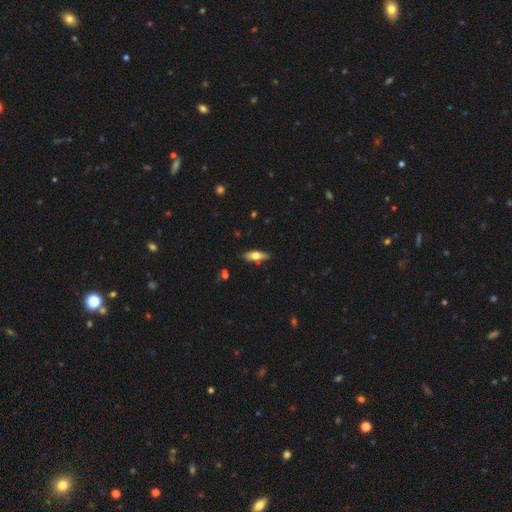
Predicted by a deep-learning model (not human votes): Morphology: type=smooth (62%); roundness=in between (64%); merging=none (83%).